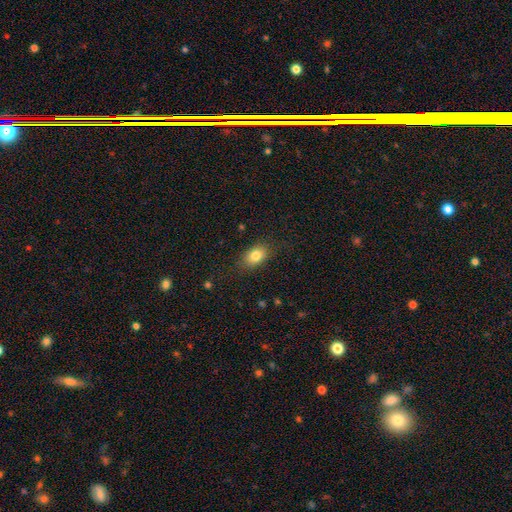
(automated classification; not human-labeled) Smooth or featured: smooth — 82% (featured or disk — 10%)
How rounded: in between — 82% (round — 15%)
Merging: none — 82% (minor disturbance — 13%)